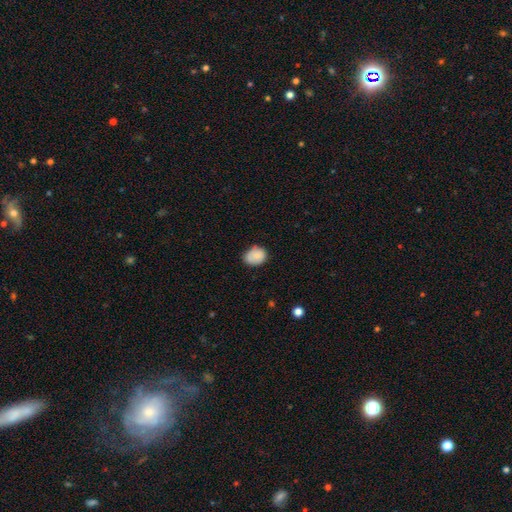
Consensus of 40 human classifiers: Overall: smooth (88%). How rounded: in between (63%; round 37%). Merging: none (68%).